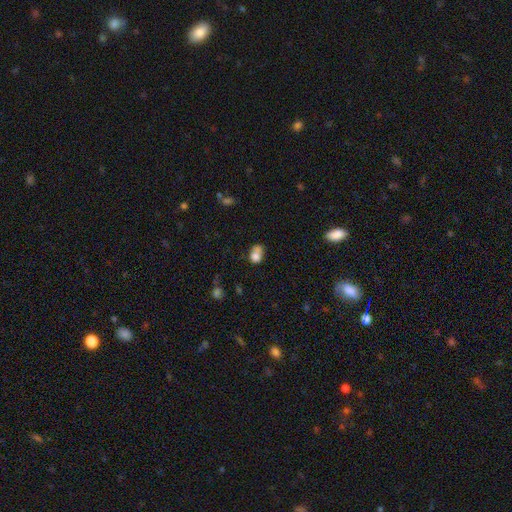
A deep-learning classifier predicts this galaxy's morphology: smooth 75%, featured or disk 13%, star or artifact 11%. Down the decision tree: how rounded — in between (52%); merging — merger (35%).